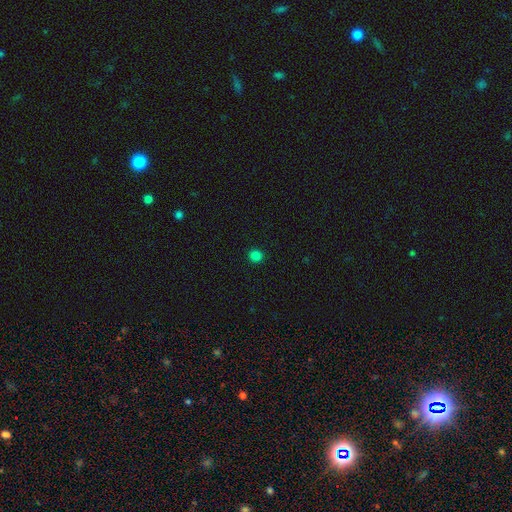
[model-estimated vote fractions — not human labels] smooth_or_featured: smooth (p=0.82) [alt: star or artifact p=0.14]
how_rounded: round (p=0.93) [alt: in between p=0.06]
merging: none (p=0.93) [alt: minor disturbance p=0.04]